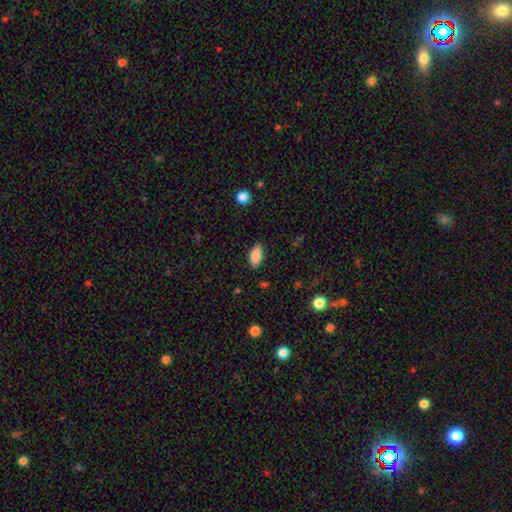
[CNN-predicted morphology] Overall: smooth (87%). How rounded: in between (91%). Merging: none (85%).